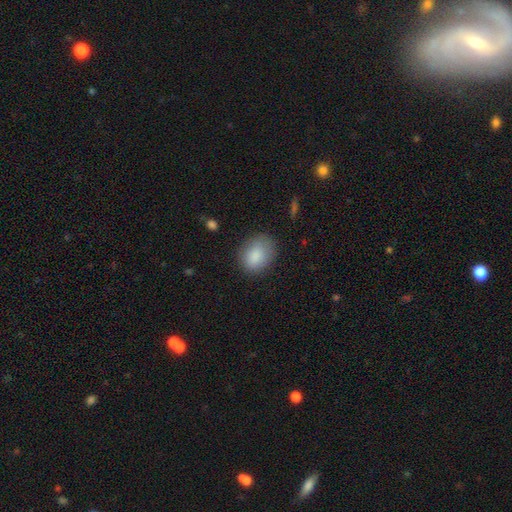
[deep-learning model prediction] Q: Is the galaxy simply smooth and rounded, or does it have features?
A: smooth — 86%.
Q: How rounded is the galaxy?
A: in between — 58%.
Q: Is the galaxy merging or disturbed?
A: none — 75%.